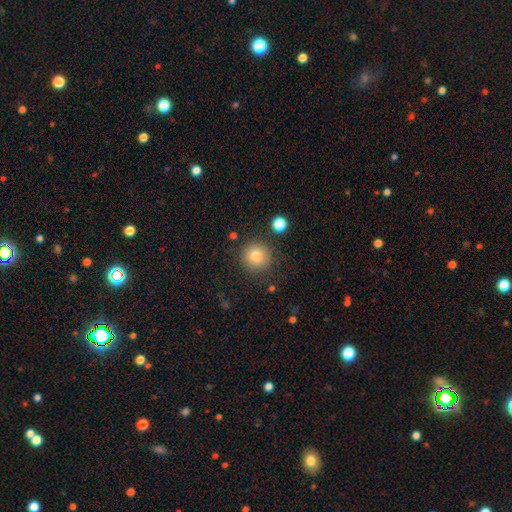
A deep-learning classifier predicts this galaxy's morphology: Smooth or featured? Predicted: smooth (p=0.81). How rounded? Predicted: round (p=0.94). Merging? Predicted: none (p=0.86).